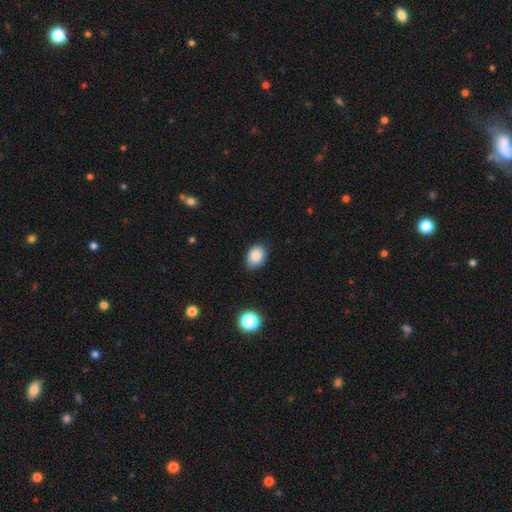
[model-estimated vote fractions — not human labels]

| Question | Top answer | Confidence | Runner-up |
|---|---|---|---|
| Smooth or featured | smooth | 85% | star or artifact (9%) |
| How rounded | in between | 70% | round (29%) |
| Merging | none | 78% | minor disturbance (18%) |